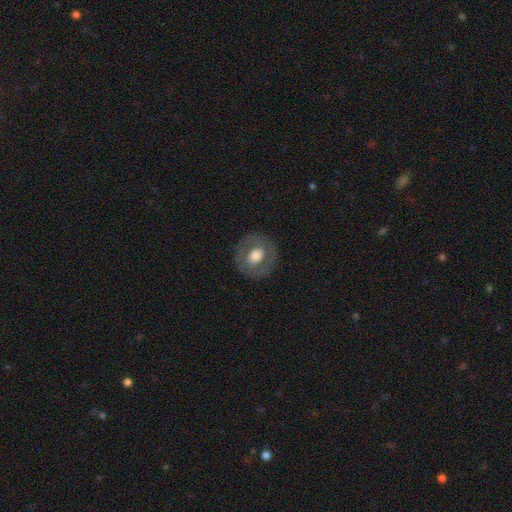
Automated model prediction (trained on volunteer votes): Smooth or featured: smooth — 54% (featured or disk — 39%)
How rounded: round — 81% (in between — 18%)
Merging: none — 83% (minor disturbance — 11%)